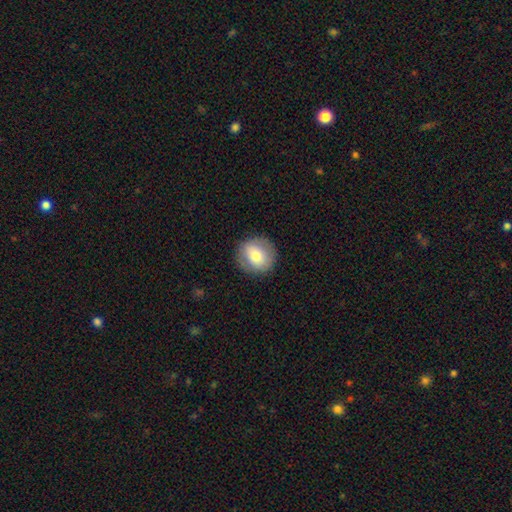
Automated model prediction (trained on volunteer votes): smooth-or-featured: smooth: 70% | featured or disk: 22% | star or artifact: 8%
  how-rounded: round: 85% | in between: 14% | cigar-shaped: 1%
  merging: none: 86% | minor disturbance: 10% | major disturbance: 3% | merger: 1%